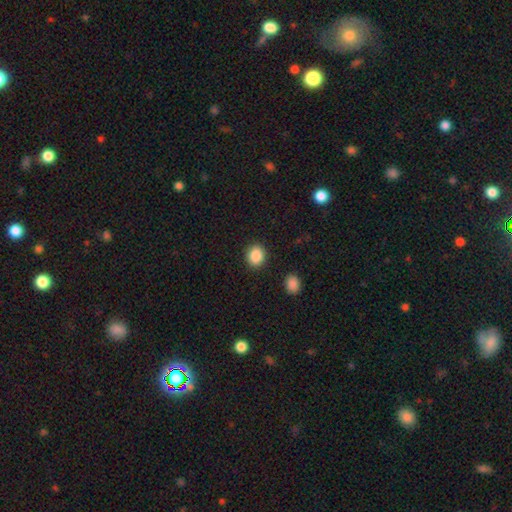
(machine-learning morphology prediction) Smooth or featured? smooth (88%)
How rounded? round (67%)
Merging? none (89%)